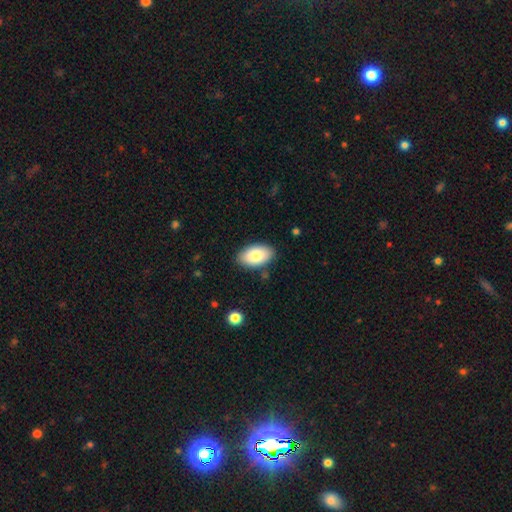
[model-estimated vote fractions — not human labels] This appears to be a smooth galaxy with no disk features (82%) that is in between round and cigar-shaped (95%). Merging: none (86%).